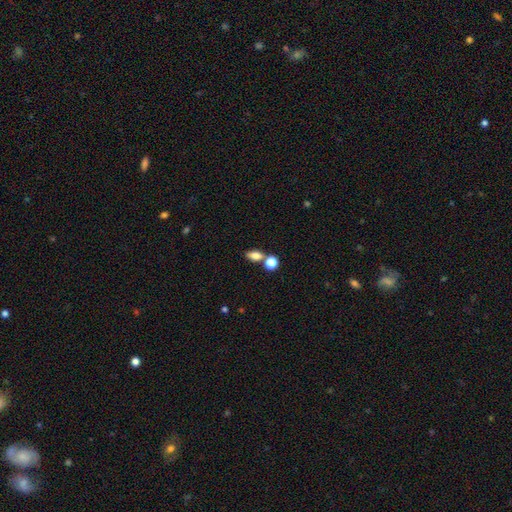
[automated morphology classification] Smooth or featured? Predicted: smooth (p=0.78). How rounded? Predicted: in between (p=0.77). Merging? Predicted: none (p=0.60).